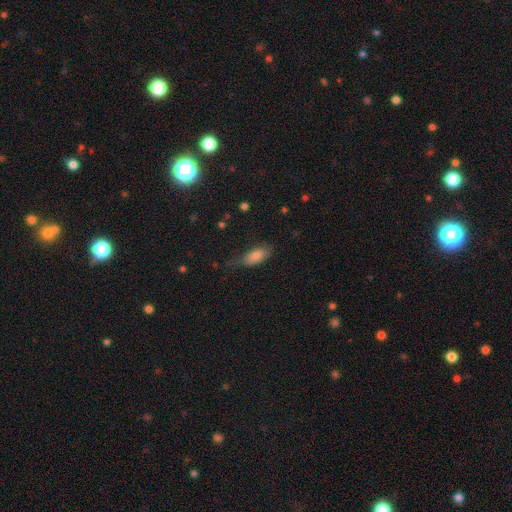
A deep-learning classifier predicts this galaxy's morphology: Smooth or featured?
  - smooth: 77% *
  - featured or disk: 15%
  - star or artifact: 8%
How rounded?
  - in between: 81% *
  - cigar-shaped: 17%
  - round: 3%
Merging?
  - none: 48% *
  - minor disturbance: 36%
  - major disturbance: 14%
  - merger: 2%